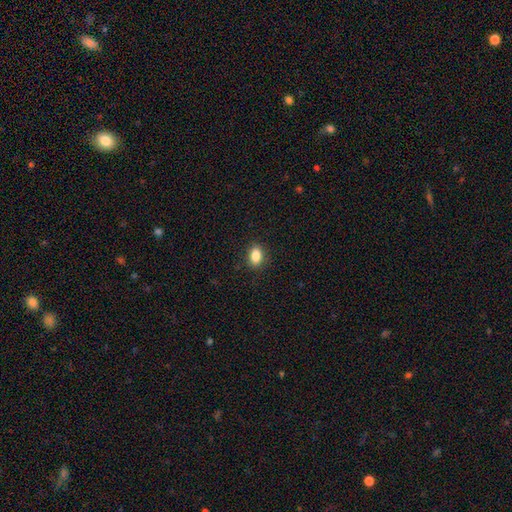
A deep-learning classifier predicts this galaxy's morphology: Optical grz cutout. It shows a smooth galaxy with no disk features (85%) that is in between round and cigar-shaped (80%). Merging: none (88%).